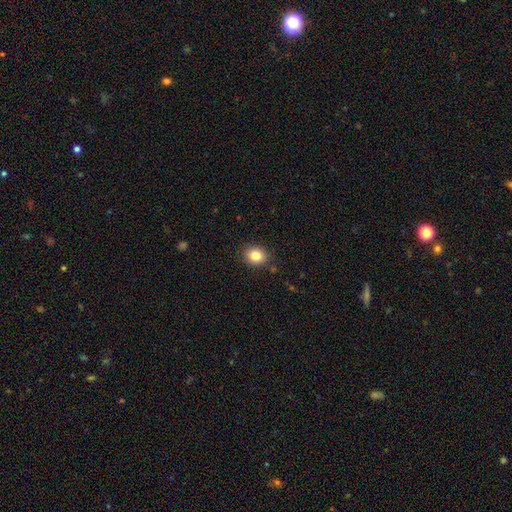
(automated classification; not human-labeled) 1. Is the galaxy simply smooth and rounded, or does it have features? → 84% smooth, 10% star or artifact, 6% featured or disk.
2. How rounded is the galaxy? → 60% round, 39% in between, 1% cigar-shaped.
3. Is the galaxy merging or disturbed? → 86% none, 10% minor disturbance, 3% major disturbance, 2% merger.